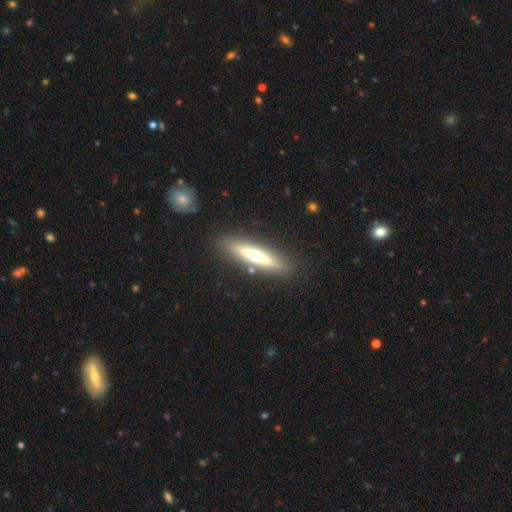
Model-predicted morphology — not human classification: The model was most divided on "smooth or featured": smooth: 50%, featured or disk: 44%, star or artifact: 7%. More confident: merging — none (86%).